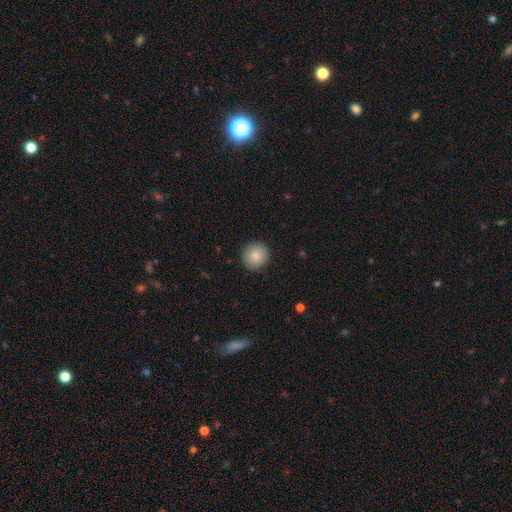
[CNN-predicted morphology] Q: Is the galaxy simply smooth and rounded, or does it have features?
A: smooth — 85%.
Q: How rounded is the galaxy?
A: round — 94%.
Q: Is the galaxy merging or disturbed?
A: none — 91%.